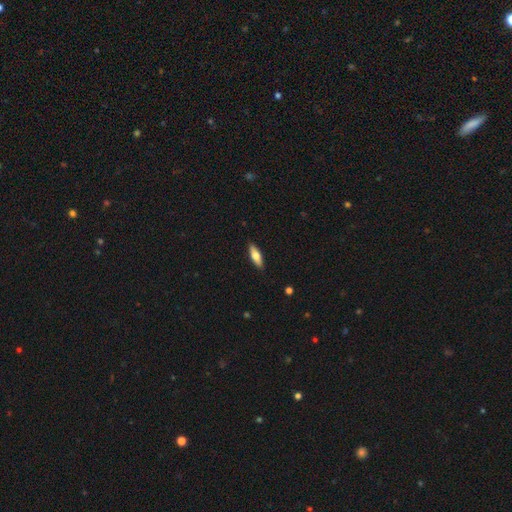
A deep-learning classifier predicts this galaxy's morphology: Smooth or featured: smooth — 65% (featured or disk — 29%)
How rounded: in between — 54% (cigar-shaped — 44%)
Merging: none — 89% (minor disturbance — 8%)